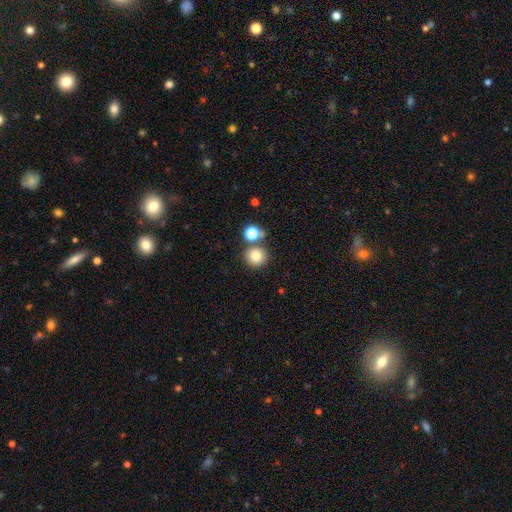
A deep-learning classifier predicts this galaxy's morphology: Smooth or featured: smooth — 80% (star or artifact — 12%)
How rounded: round — 91% (in between — 8%)
Merging: none — 71% (merger — 18%)